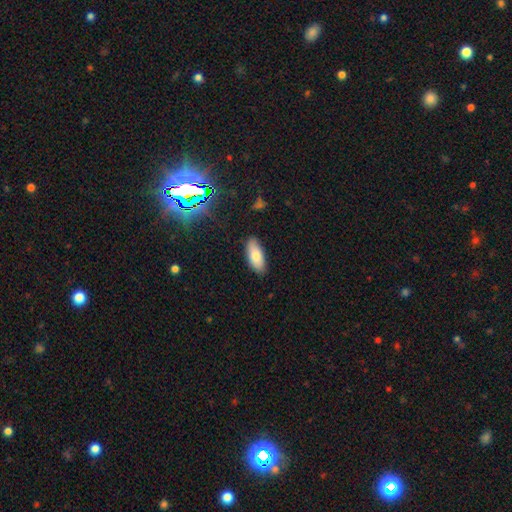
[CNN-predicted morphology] type=smooth (79%); roundness=in between (84%); merging=none (85%).